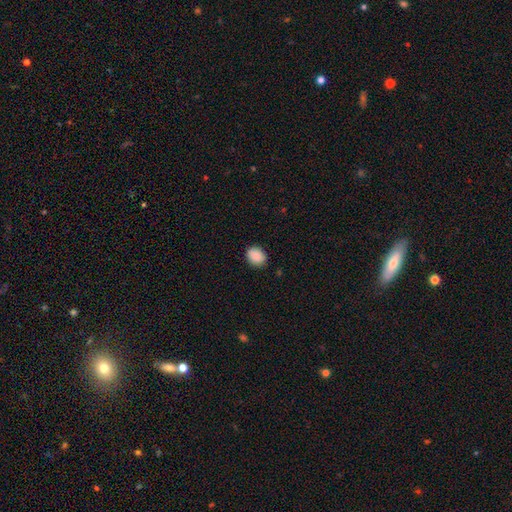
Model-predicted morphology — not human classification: A smooth galaxy with no disk features (88%) that is round (57%).

Vote fractions:
- Smooth or featured? smooth: 88% / star or artifact: 8% / featured or disk: 4%
- How rounded? round: 57% / in between: 42% / cigar-shaped: 1%
- Merging? none: 86% / minor disturbance: 11% / major disturbance: 2% / merger: 1%